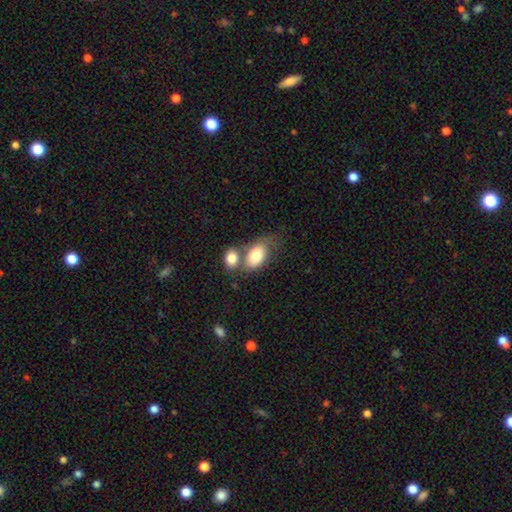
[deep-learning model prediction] Morphology: type=smooth (78%); roundness=in between (87%); merging=merger (48%).